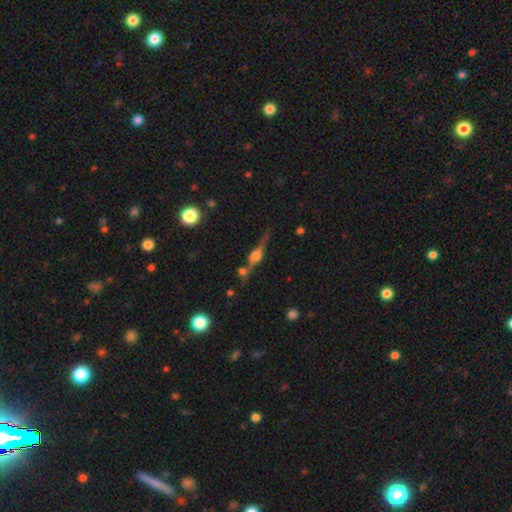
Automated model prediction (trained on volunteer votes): A featured or disk galaxy (74%) viewed edge-on (93%) with a rounded central bulge (83%). Merging: none (63%).